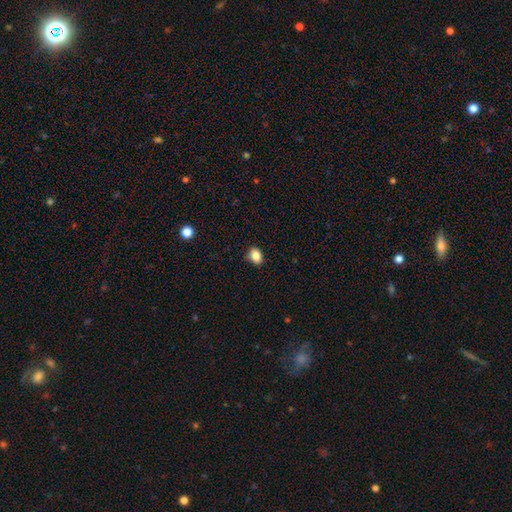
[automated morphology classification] This is clearly a smooth galaxy (86%). How rounded: likely in between (67%). Merging: clearly none (85%).